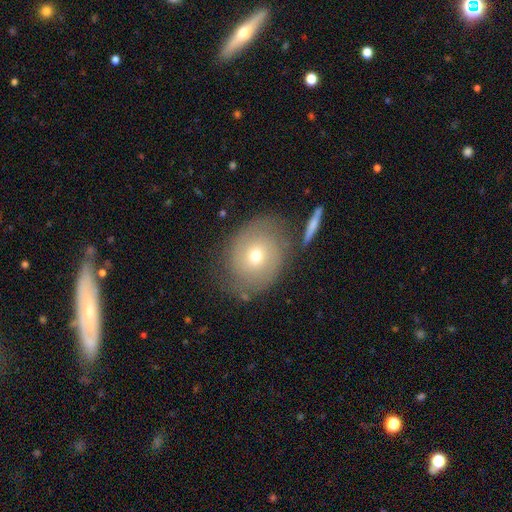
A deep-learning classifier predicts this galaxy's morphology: The model was most divided on "smooth or featured": featured or disk: 46%, smooth: 43%, star or artifact: 11%. More confident: merging — none (72%).